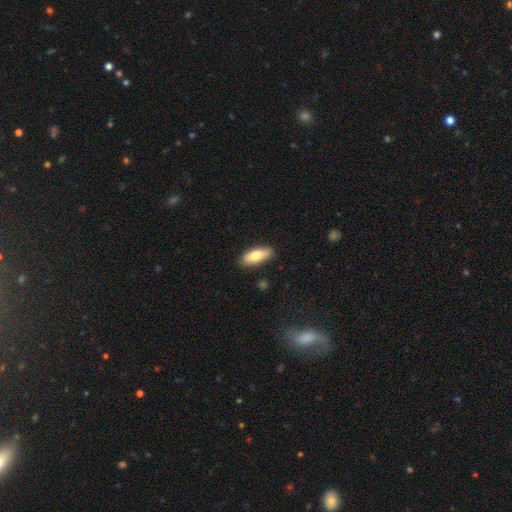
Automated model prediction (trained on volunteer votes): smooth_or_featured: smooth (p=0.72) [alt: featured or disk p=0.22]
how_rounded: in between (p=0.78) [alt: cigar-shaped p=0.19]
merging: none (p=0.87) [alt: minor disturbance p=0.09]